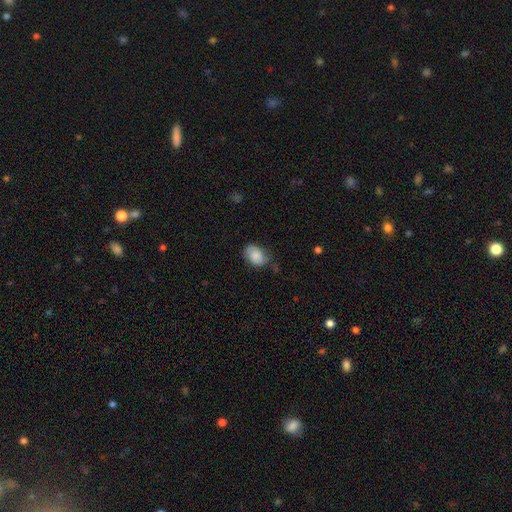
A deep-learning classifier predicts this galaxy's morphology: Smooth or featured? Predicted: smooth (p=0.83). How rounded? Predicted: in between (p=0.85). Merging? Predicted: none (p=0.66).